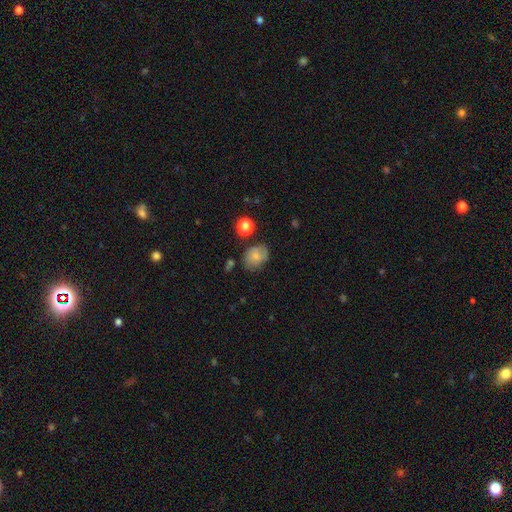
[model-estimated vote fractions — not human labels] Smooth or featured? smooth (71%)
How rounded? in between (54%)
Merging? none (64%)